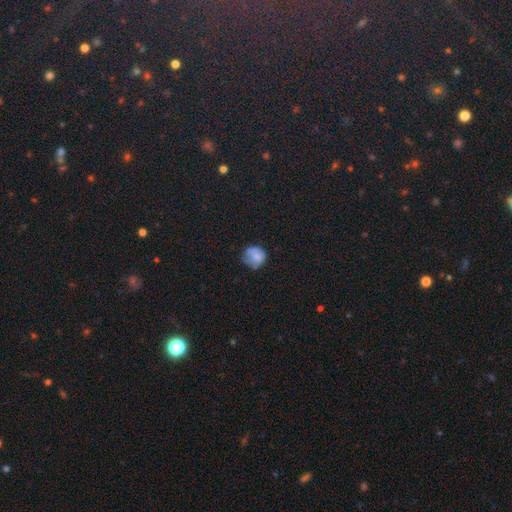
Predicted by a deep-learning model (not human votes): Morphology: type=smooth (72%); roundness=round (78%); merging=none (52%).